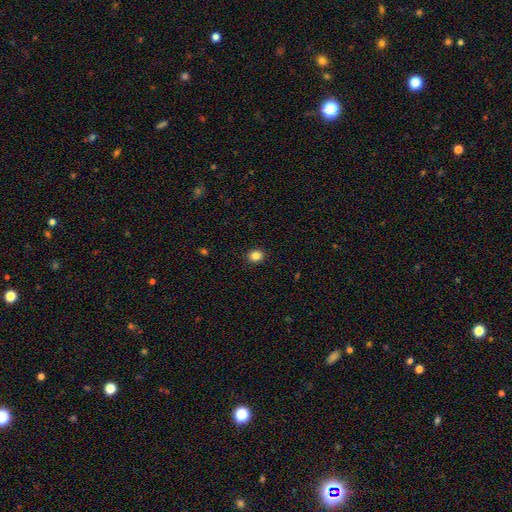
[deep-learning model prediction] This appears to be a smooth galaxy with no disk features (85%) that is round (61%). Merging: none (91%).